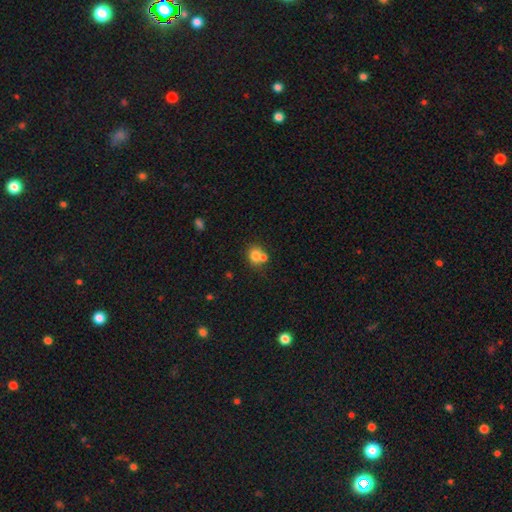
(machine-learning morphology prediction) Smooth or featured? Predicted: smooth (p=0.75). How rounded? Predicted: round (p=0.69). Merging? Predicted: merger (p=0.46).